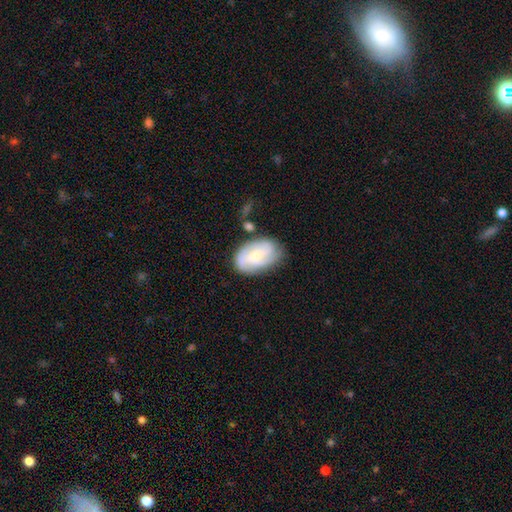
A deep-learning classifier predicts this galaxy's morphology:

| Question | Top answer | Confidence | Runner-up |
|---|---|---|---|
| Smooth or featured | featured or disk | 62% | smooth (32%) |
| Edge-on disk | no | 96% | yes (4%) |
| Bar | no | 50% | weak (38%) |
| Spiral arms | yes | 81% | no (19%) |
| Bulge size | small | 52% | moderate (44%) |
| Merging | none | 66% | minor disturbance (22%) |